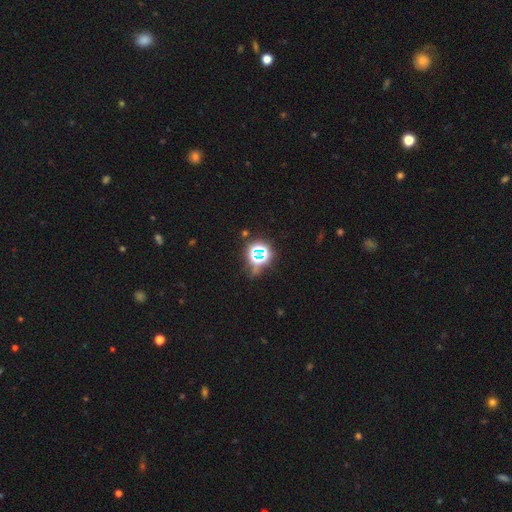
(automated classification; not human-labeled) smooth-or-featured: star or artifact: 71% | smooth: 19% | featured or disk: 10%